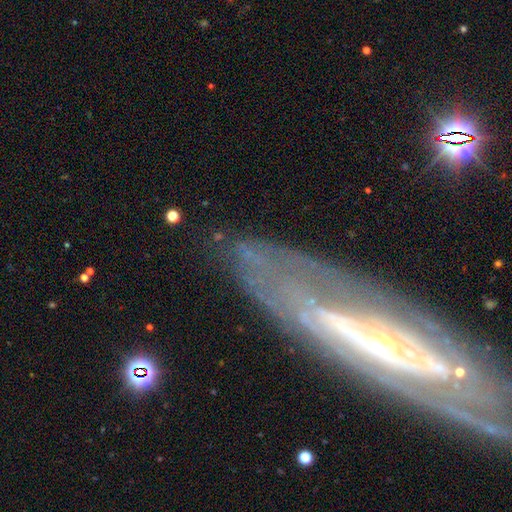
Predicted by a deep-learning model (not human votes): A featured or disk galaxy (66%).

Vote fractions:
- Smooth or featured? featured or disk: 66% / smooth: 19% / star or artifact: 15%
- Edge-on disk? no: 66% / yes: 34%
- Merging? none: 63% / minor disturbance: 18% / major disturbance: 14% / merger: 5%